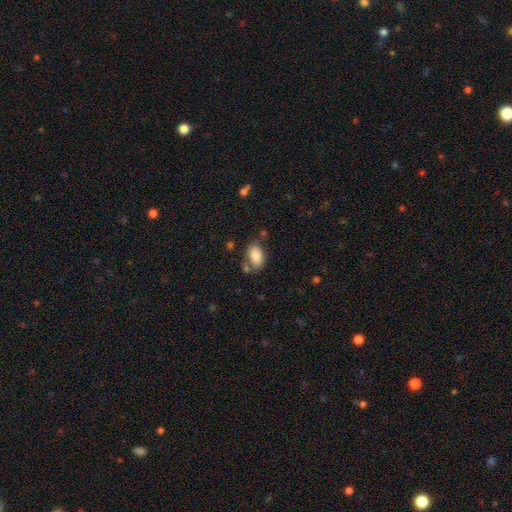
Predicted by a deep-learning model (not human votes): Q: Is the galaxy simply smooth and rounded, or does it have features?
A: smooth — 85%.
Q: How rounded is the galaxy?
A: in between — 91%.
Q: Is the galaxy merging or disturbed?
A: none — 67%.